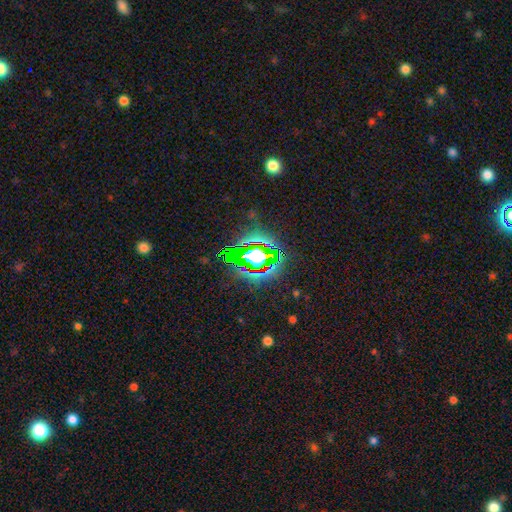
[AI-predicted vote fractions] This is likely a star or artifact rather than a galaxy (71%).